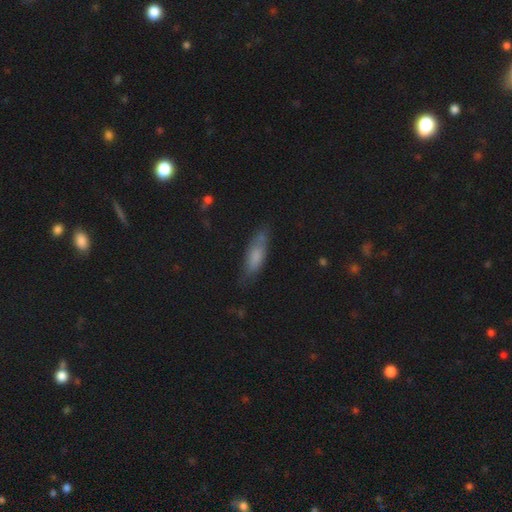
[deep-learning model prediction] Morphology: type=smooth (70%); roundness=in between (51%); merging=none (69%).